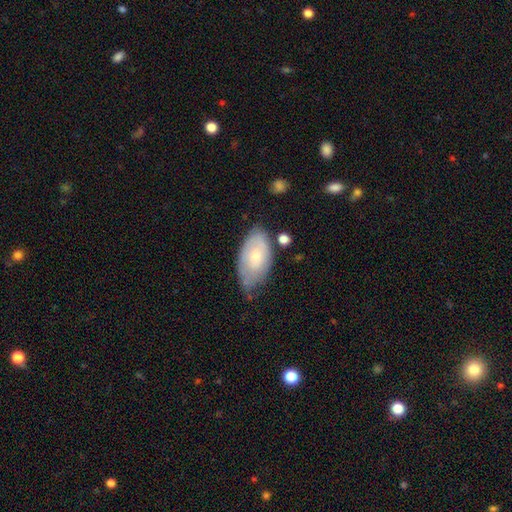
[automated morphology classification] Smooth or featured?
  - smooth: 56% *
  - featured or disk: 38%
  - star or artifact: 6%
How rounded?
  - in between: 93% *
  - round: 4%
  - cigar-shaped: 3%
Merging?
  - none: 51% *
  - minor disturbance: 35%
  - major disturbance: 10%
  - merger: 5%